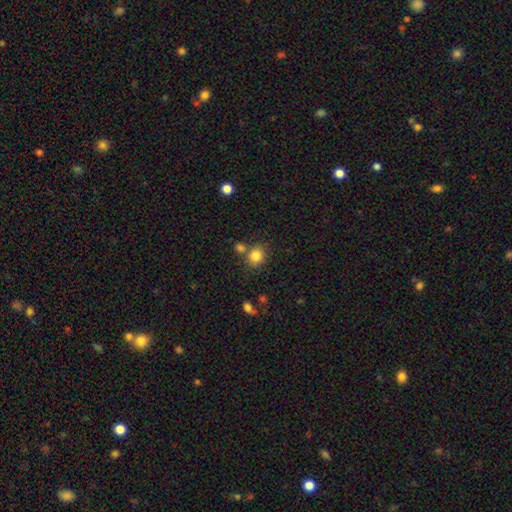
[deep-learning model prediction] Smooth or featured? smooth (83%)
How rounded? round (75%)
Merging? none (66%)